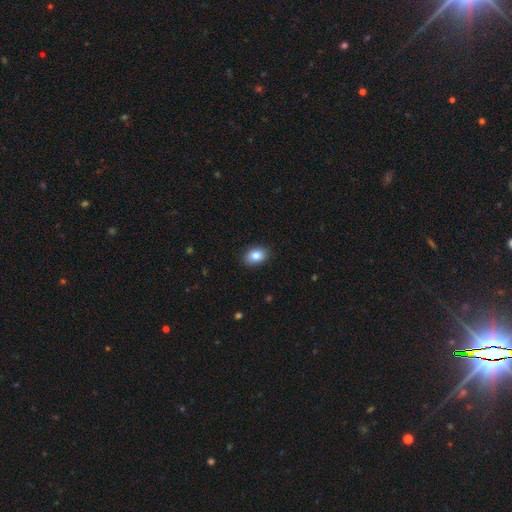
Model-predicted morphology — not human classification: The model was most divided on "how rounded": in between: 81%, round: 18%, cigar-shaped: 1%. More confident: merging — none (88%); smooth or featured — smooth (86%).